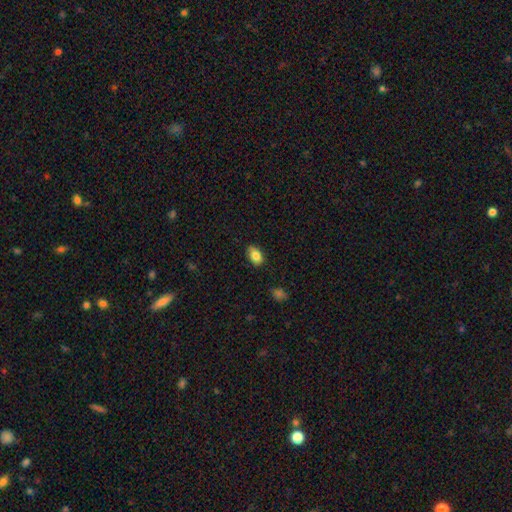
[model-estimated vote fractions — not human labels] smooth-or-featured: smooth: 85% | star or artifact: 8% | featured or disk: 7%
  how-rounded: in between: 88% | round: 10% | cigar-shaped: 2%
  merging: none: 82% | minor disturbance: 14% | major disturbance: 2% | merger: 1%